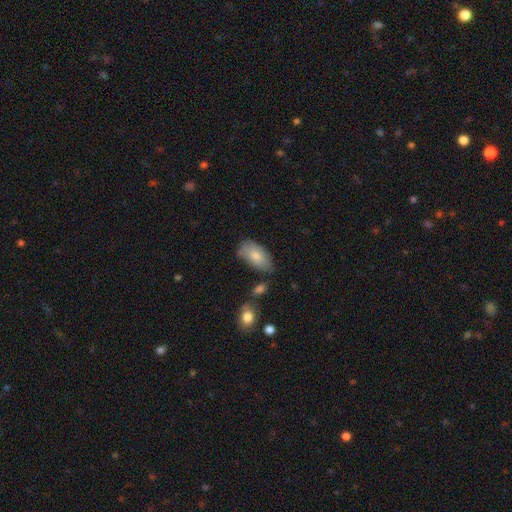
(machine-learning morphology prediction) This is likely a smooth galaxy (79%). How rounded: clearly in between (94%). Merging: likely none (60%).